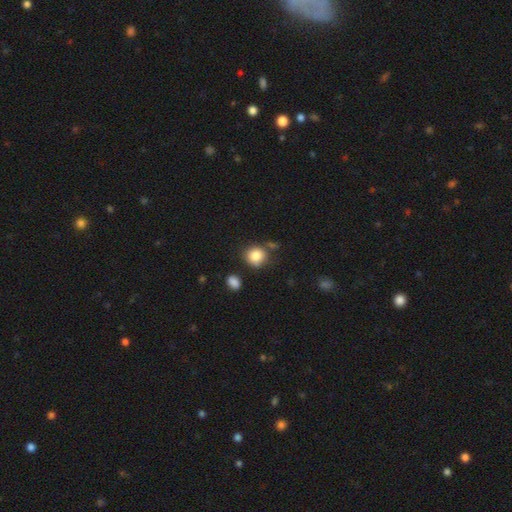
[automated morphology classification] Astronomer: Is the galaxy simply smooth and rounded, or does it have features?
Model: smooth — 84%.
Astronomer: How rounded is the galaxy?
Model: round — 84%.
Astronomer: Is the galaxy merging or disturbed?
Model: none — 71%.